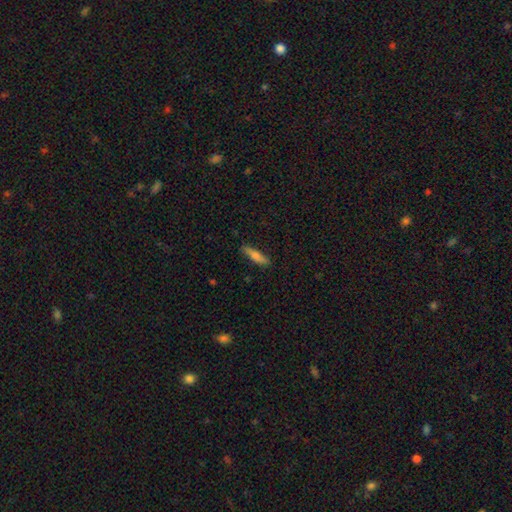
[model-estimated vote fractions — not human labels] Morphology: type=smooth (62%); roundness=cigar-shaped (82%); merging=none (85%).